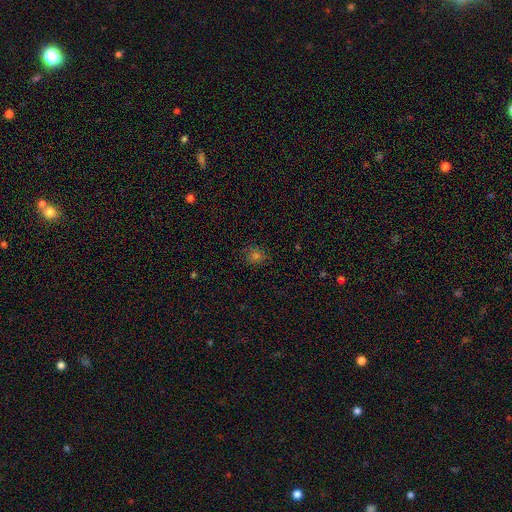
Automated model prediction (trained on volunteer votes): The model was most divided on "smooth or featured": smooth: 70%, star or artifact: 23%, featured or disk: 8%. More confident: merging — none (86%); how rounded — round (85%).